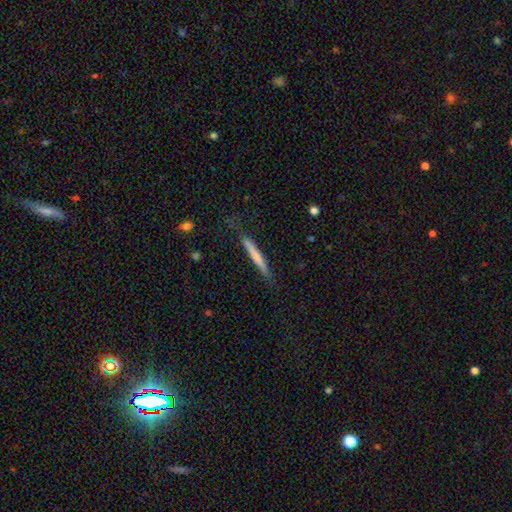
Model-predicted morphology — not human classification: The model was most divided on "smooth or featured": smooth: 66%, featured or disk: 28%, star or artifact: 6%. More confident: how rounded — cigar-shaped (96%); merging — none (76%).